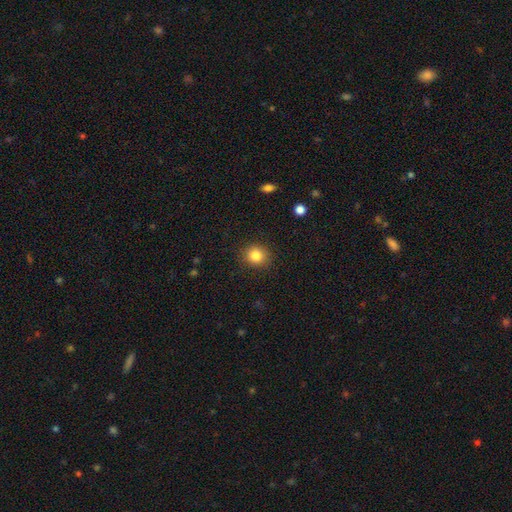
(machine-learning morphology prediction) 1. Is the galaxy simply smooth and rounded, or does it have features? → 83% smooth, 11% star or artifact, 6% featured or disk.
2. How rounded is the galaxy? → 84% round, 16% in between, 1% cigar-shaped.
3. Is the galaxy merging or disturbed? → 89% none, 7% minor disturbance, 2% major disturbance, 1% merger.